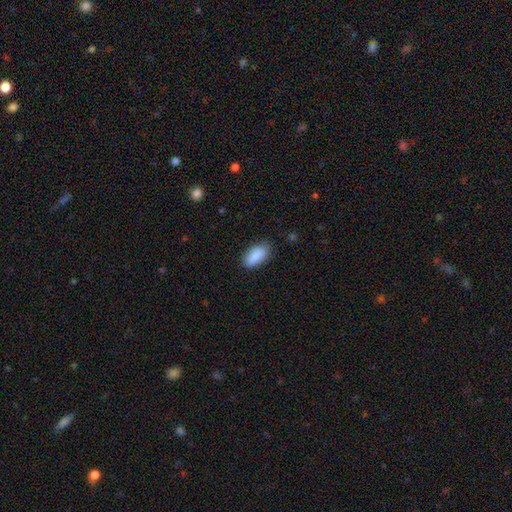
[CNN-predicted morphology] Smooth or featured? smooth (88%)
How rounded? in between (88%)
Merging? none (81%)